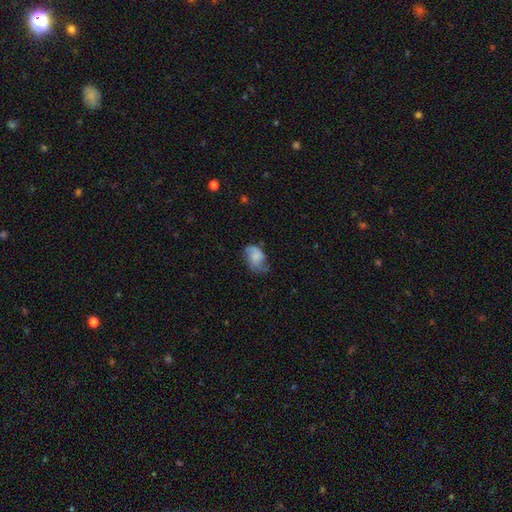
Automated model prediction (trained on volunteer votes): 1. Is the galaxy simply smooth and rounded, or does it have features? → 58% smooth, 33% featured or disk, 9% star or artifact.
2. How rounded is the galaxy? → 82% in between, 17% round, 1% cigar-shaped.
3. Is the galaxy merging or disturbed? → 46% none, 34% minor disturbance, 17% major disturbance, 2% merger.